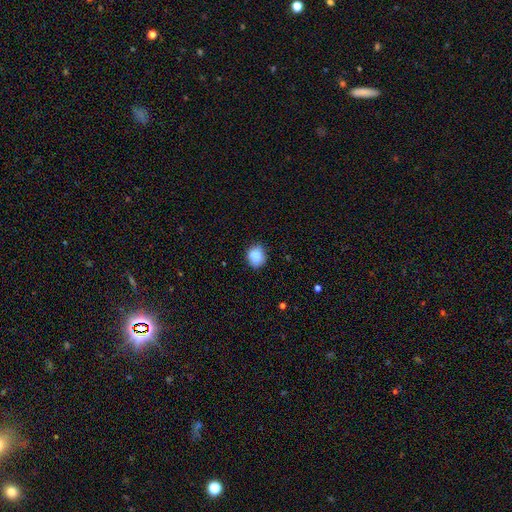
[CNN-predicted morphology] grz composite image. It shows a smooth galaxy with no disk features (88%) that is round (69%). Merging: none (79%).